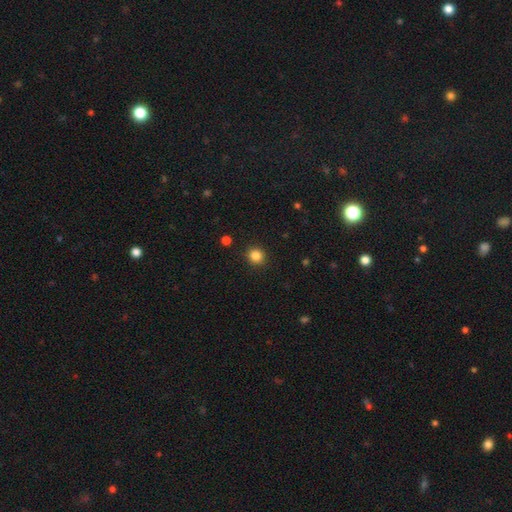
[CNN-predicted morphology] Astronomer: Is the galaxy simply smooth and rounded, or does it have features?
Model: smooth — 85%.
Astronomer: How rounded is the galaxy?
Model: round — 89%.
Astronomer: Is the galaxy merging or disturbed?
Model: none — 92%.